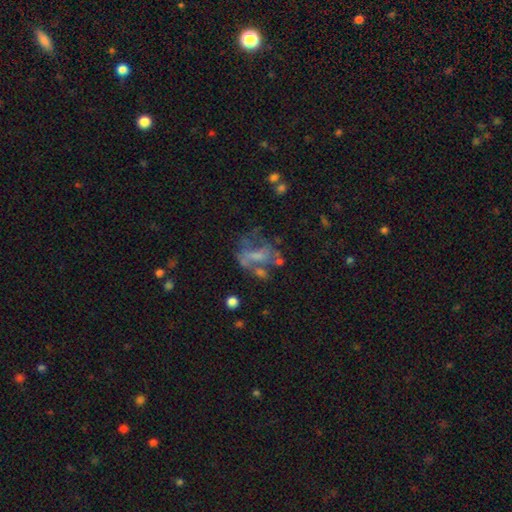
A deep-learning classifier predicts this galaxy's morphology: Smooth or featured? Predicted: featured or disk (p=0.56). Edge-on disk? Predicted: no (p=0.97). Bar? Predicted: no (p=0.68). Spiral arms? Predicted: no (p=0.77). Bulge size? Predicted: none (p=0.49). Merging? Predicted: major disturbance (p=0.35).